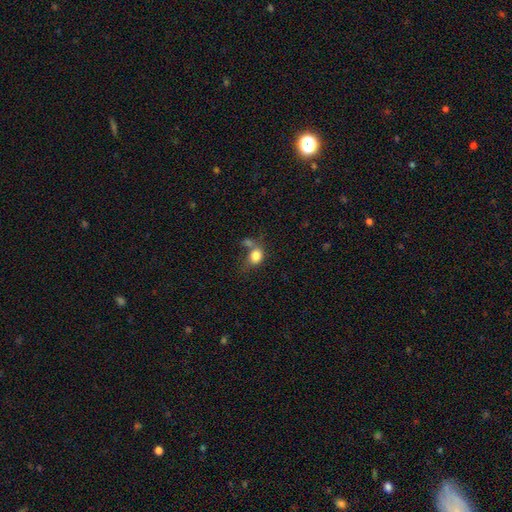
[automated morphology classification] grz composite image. It shows a smooth galaxy with no disk features (82%) that is in between round and cigar-shaped (55%). Merging: none (41%).